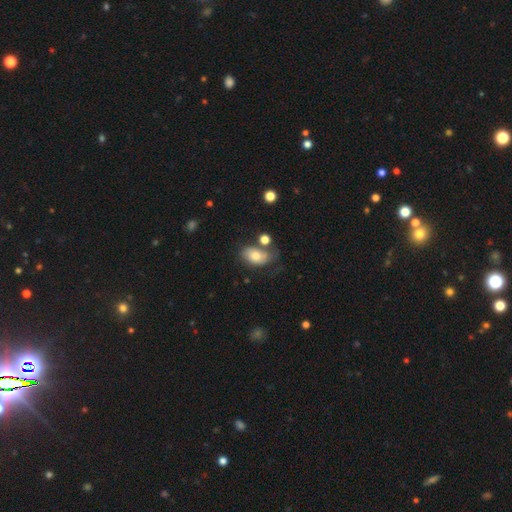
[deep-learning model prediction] A smooth galaxy with no disk features (74%) that is in between round and cigar-shaped (88%).

Vote fractions:
- Smooth or featured? smooth: 74% / featured or disk: 18% / star or artifact: 9%
- How rounded? in between: 88% / round: 11% / cigar-shaped: 1%
- Merging? none: 47% / minor disturbance: 24% / merger: 16% / major disturbance: 13%